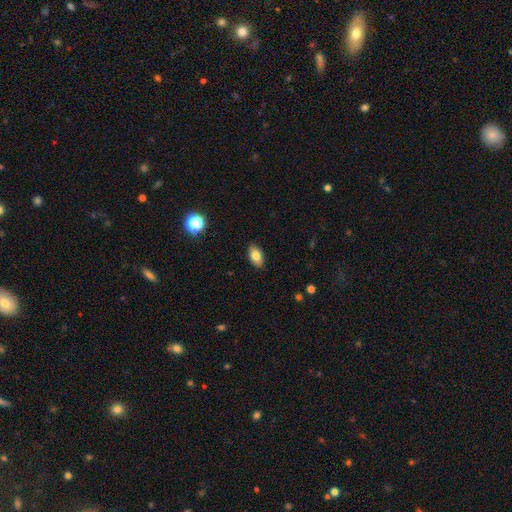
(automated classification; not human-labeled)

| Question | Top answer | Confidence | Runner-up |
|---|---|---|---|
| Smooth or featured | smooth | 81% | featured or disk (11%) |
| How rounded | in between | 91% | round (6%) |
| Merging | none | 88% | minor disturbance (9%) |